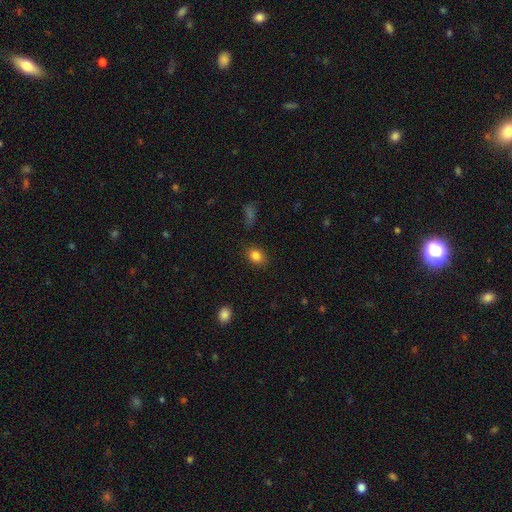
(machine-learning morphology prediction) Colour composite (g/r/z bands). It shows a smooth galaxy with no disk features (84%) that is in between round and cigar-shaped (67%). Merging: none (85%).